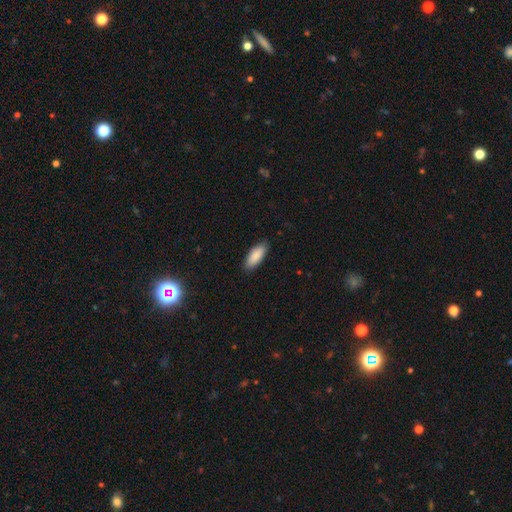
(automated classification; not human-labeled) A smooth galaxy with no disk features (89%) that is in between round and cigar-shaped (79%).

Vote fractions:
- Smooth or featured? smooth: 89% / star or artifact: 6% / featured or disk: 5%
- How rounded? in between: 79% / cigar-shaped: 19% / round: 2%
- Merging? none: 88% / minor disturbance: 10% / major disturbance: 2% / merger: 1%